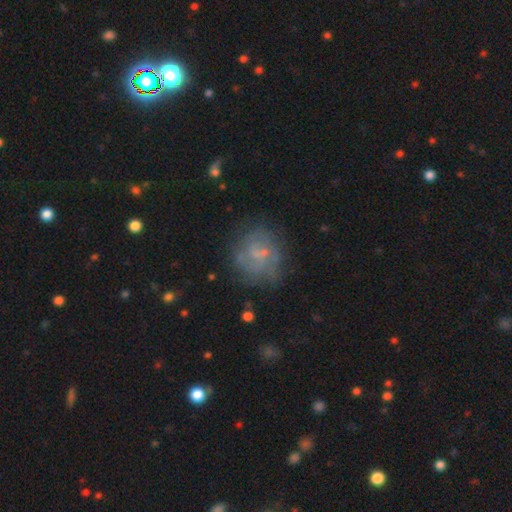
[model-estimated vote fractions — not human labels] Q: Smooth or featured?
A: featured or disk (45%); runner-up: smooth (40%)
Q: Merging?
A: none (70%); runner-up: minor disturbance (17%)